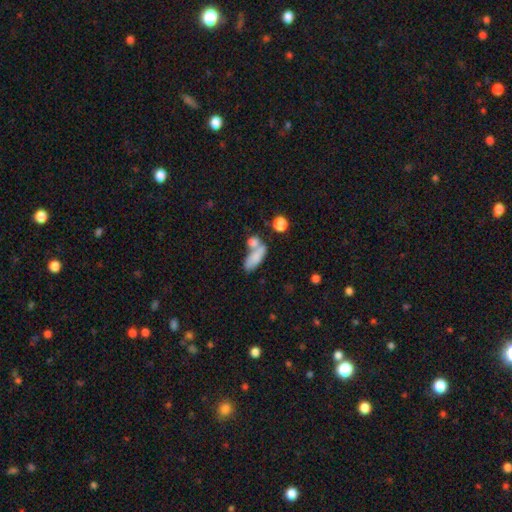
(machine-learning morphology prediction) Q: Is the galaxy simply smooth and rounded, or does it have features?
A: smooth — 76%.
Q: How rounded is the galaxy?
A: in between — 77%.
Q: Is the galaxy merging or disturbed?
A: merger — 46%.